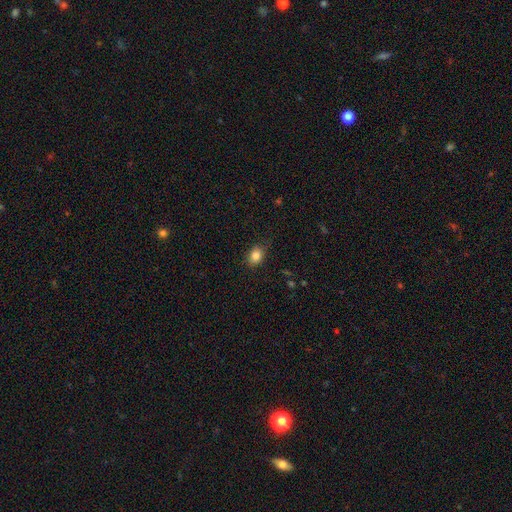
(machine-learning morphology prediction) Overall: smooth (84%). How rounded: in between (62%; round 36%). Merging: none (79%).